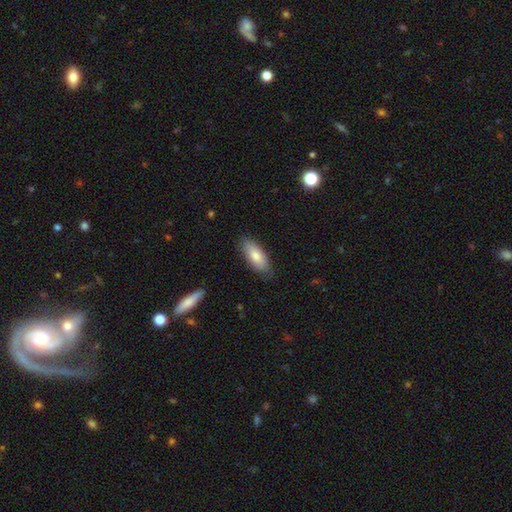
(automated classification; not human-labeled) Q: Smooth or featured?
A: smooth (78%); runner-up: featured or disk (15%)
Q: How rounded?
A: in between (77%); runner-up: cigar-shaped (22%)
Q: Merging?
A: none (84%); runner-up: minor disturbance (13%)